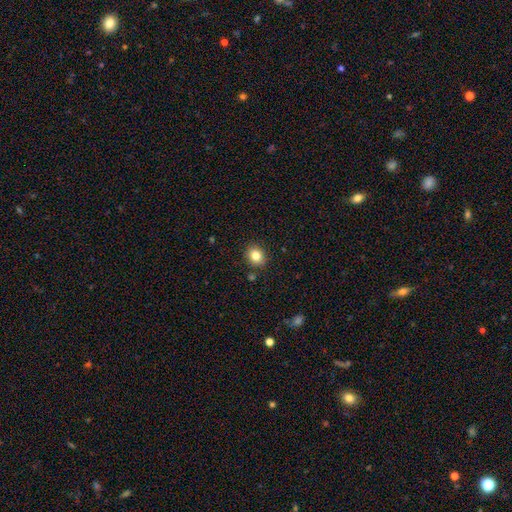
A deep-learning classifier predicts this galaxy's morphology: Smooth or featured: smooth — 83% (star or artifact — 11%)
How rounded: round — 68% (in between — 31%)
Merging: none — 88% (minor disturbance — 8%)